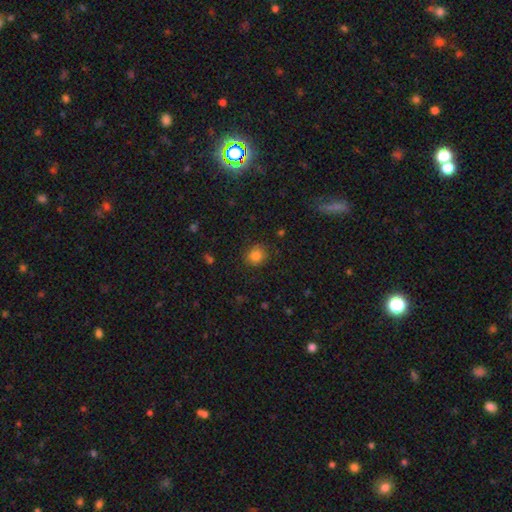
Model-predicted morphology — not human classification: This is clearly a smooth galaxy (83%). How rounded: likely round (78%). Merging: clearly none (84%).